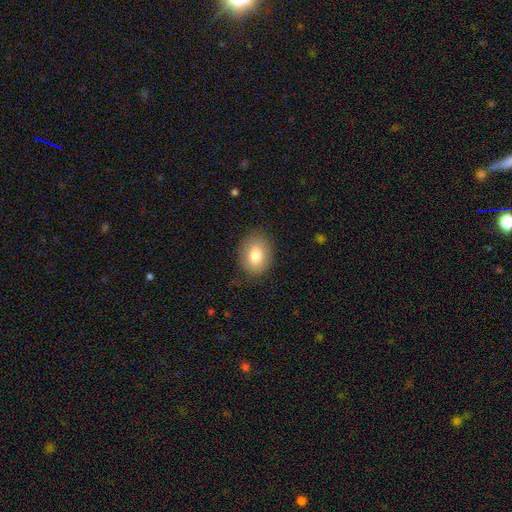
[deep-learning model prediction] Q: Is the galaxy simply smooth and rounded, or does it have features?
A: smooth — 81%.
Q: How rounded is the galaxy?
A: in between — 65%.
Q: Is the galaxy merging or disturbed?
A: none — 84%.